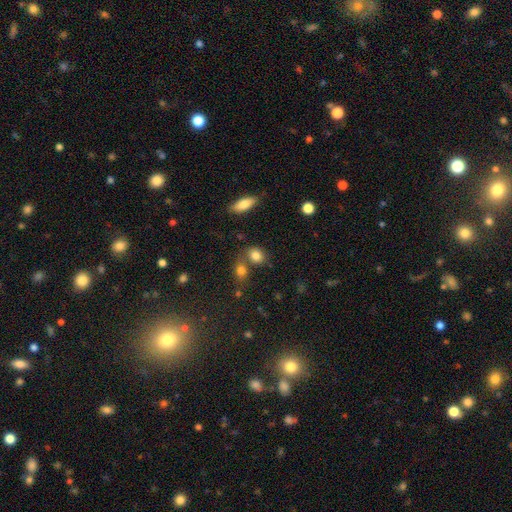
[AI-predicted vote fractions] This is clearly a smooth galaxy (81%). How rounded: possibly round (56%). Merging: possibly none (58%).